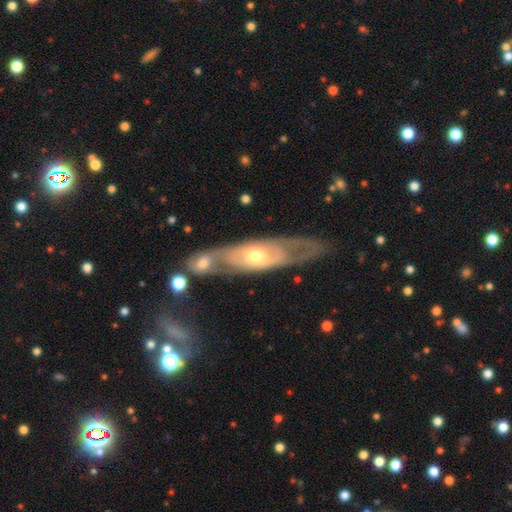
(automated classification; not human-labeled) A featured or disk galaxy (73%) with no bar (72%), spiral arms (59%) and a moderate central bulge (66%). Merging: none (53%).